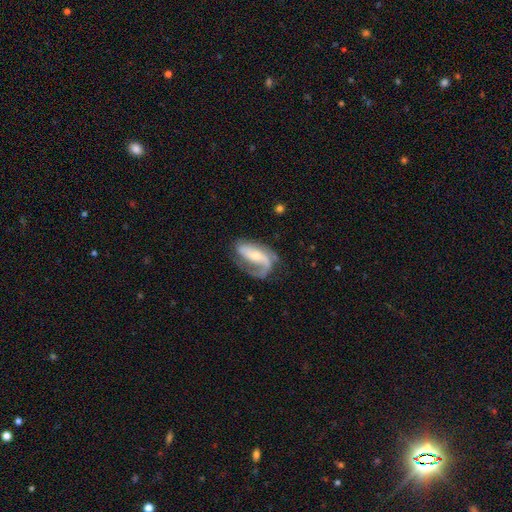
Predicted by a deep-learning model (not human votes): smooth_or_featured: featured or disk (p=0.79) [alt: smooth p=0.15]
disk_edge_on: no (p=0.95) [alt: yes p=0.05]
bar: no (p=0.43) [alt: weak p=0.31]
has_spiral_arms: yes (p=0.92) [alt: no p=0.08]
spiral_winding: loose (p=0.45) [alt: medium p=0.37]
spiral_arm_count: 2 (p=0.48) [alt: 1 p=0.43]
bulge_size: small (p=0.52) [alt: moderate p=0.43]
merging: none (p=0.48) [alt: major disturbance p=0.26]